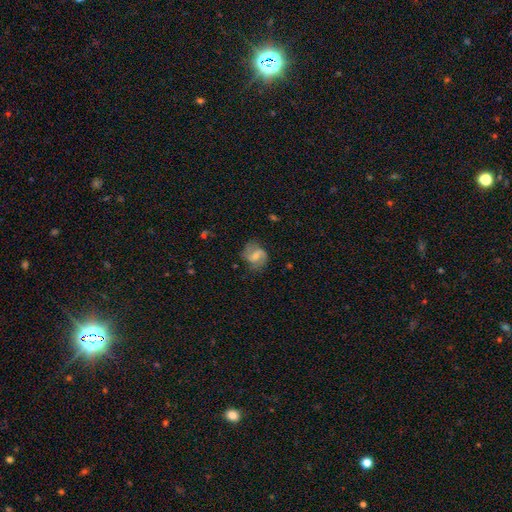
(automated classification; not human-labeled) Overall: featured or disk (69%). Edge-on disk: no (97%). Bar: weak (53%; no 27%). Spiral arms: yes (91%). Spiral arm count: 2 (86%). Spiral winding: medium (47%; loose 35%). Bulge size: moderate (46%; small 43%). Merging: none (71%).